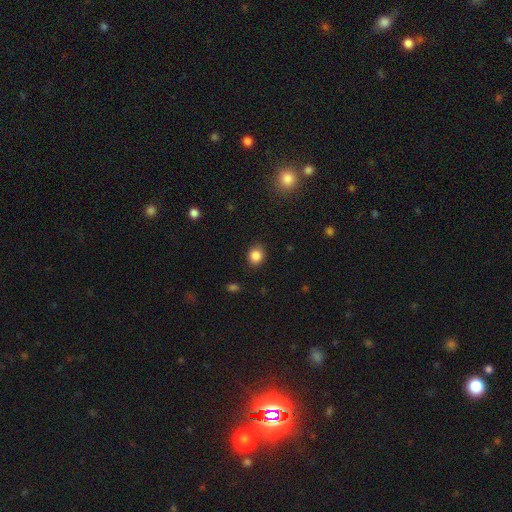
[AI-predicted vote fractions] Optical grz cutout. It shows a smooth galaxy with no disk features (85%) that is round (66%). Merging: none (87%).